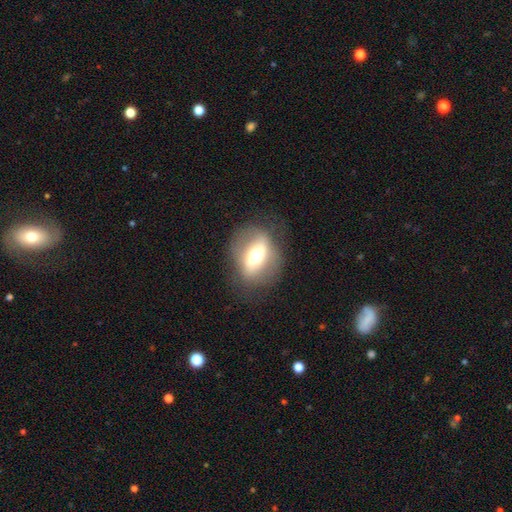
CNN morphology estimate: This appears to be a featured or disk galaxy (55%). Merging: none (72%).